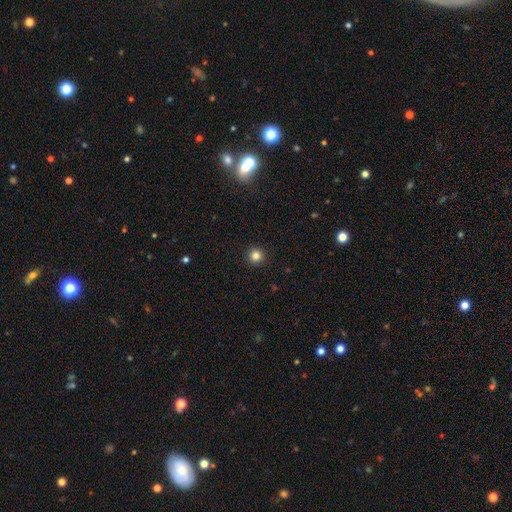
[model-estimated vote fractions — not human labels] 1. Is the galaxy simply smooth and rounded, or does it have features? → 83% smooth, 12% star or artifact, 5% featured or disk.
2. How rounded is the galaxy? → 96% round, 3% in between, 1% cigar-shaped.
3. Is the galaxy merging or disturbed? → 93% none, 4% minor disturbance, 2% major disturbance, 1% merger.